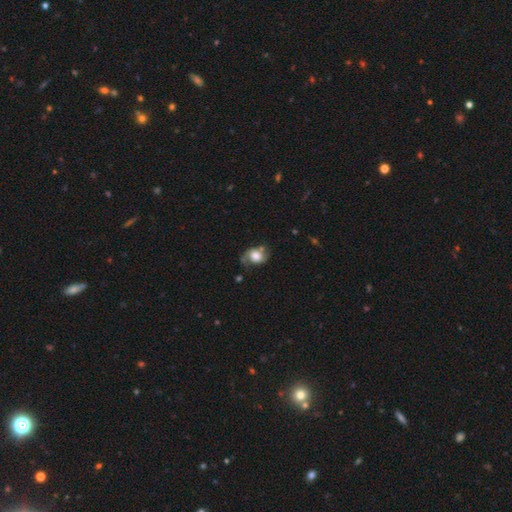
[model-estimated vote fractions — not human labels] Morphology: type=featured or disk (47%); merging=none (49%).